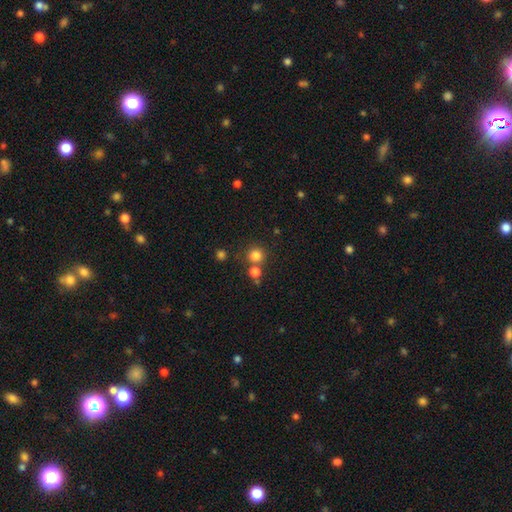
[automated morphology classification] type=smooth (80%); roundness=round (92%); merging=none (72%).